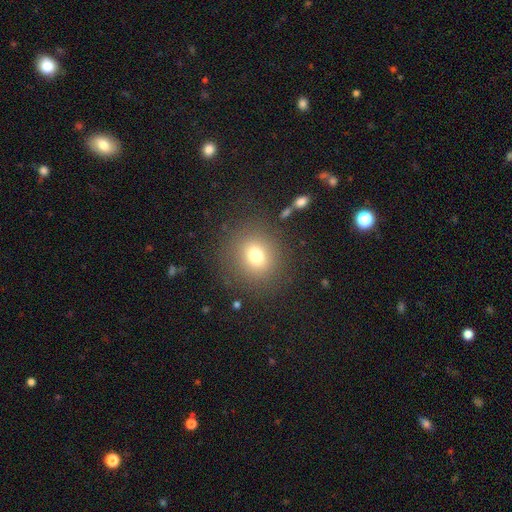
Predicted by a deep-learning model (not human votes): Smooth or featured? smooth (74%)
How rounded? round (85%)
Merging? none (84%)